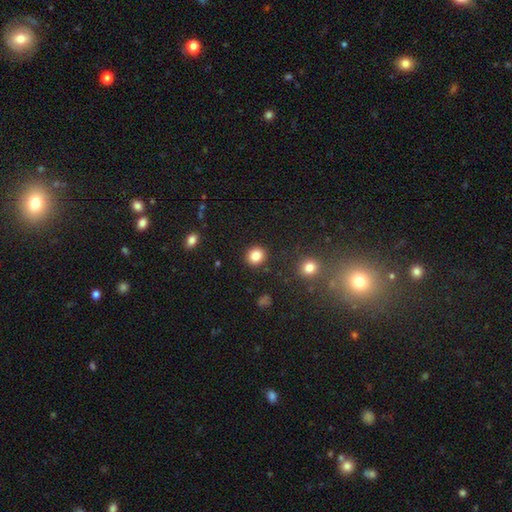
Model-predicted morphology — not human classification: A smooth galaxy with no disk features (85%) that is round (83%). Merging: none (90%).